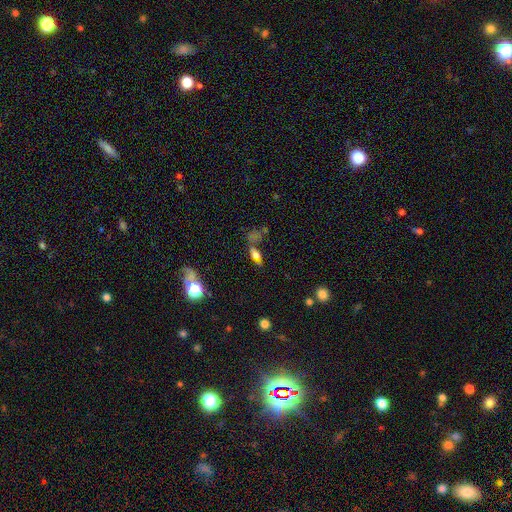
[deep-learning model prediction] This is possibly a smooth galaxy (56%). How rounded: likely in between (68%). Merging: possibly none (45%).